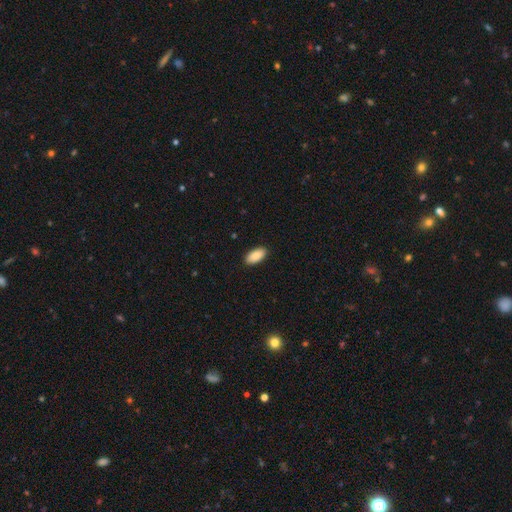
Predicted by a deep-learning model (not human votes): The model was most divided on "merging": none: 90%, minor disturbance: 8%, major disturbance: 2%, merger: 1%. More confident: how rounded — in between (94%); smooth or featured — smooth (89%).